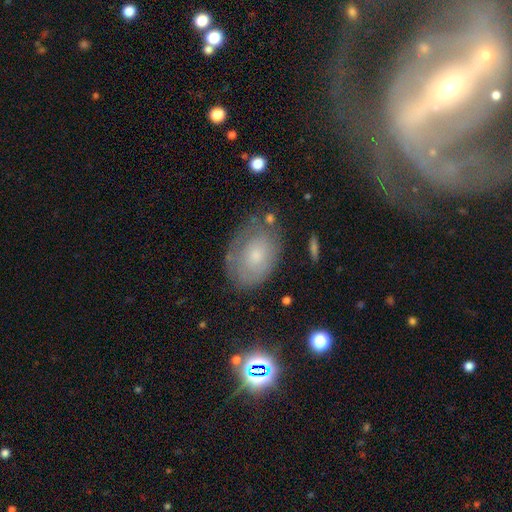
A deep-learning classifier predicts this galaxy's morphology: Smooth or featured?
  - smooth: 51% *
  - featured or disk: 39%
  - star or artifact: 11%
How rounded?
  - in between: 80% *
  - round: 19%
  - cigar-shaped: 1%
Merging?
  - none: 64% *
  - minor disturbance: 24%
  - major disturbance: 9%
  - merger: 3%